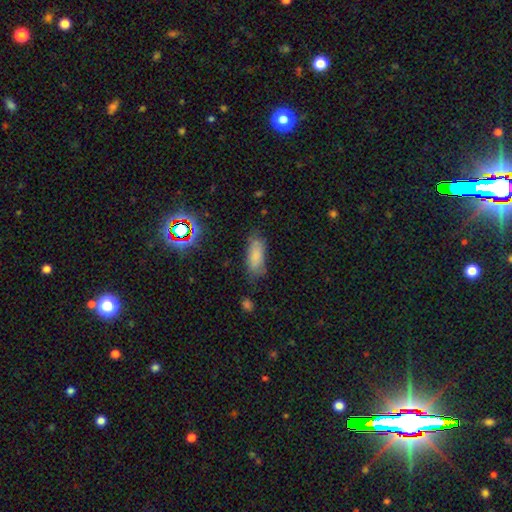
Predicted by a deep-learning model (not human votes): This appears to be a smooth galaxy with no disk features (76%) that is in between round and cigar-shaped (74%). Merging: none (68%).